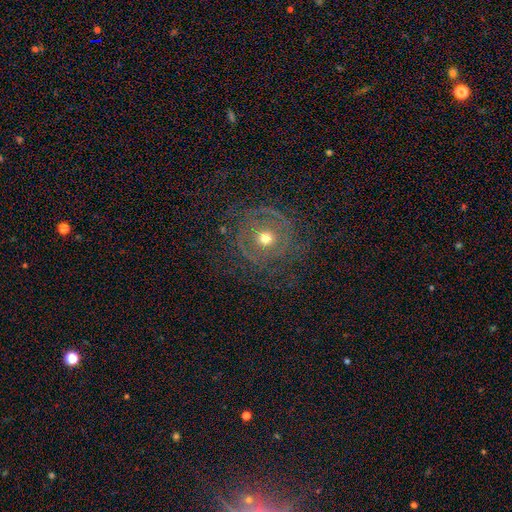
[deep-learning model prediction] The model was most divided on "spiral arm count": can't tell: 37%, 2: 31%, 3: 14%, 1: 7%, 4: 6%, more than 4: 6%. More confident: edge-on disk — no (96%); bar — no (79%); merging — none (77%); spiral arms — yes (75%); bulge size — moderate (72%); smooth or featured — featured or disk (69%); spiral winding — tight (67%).